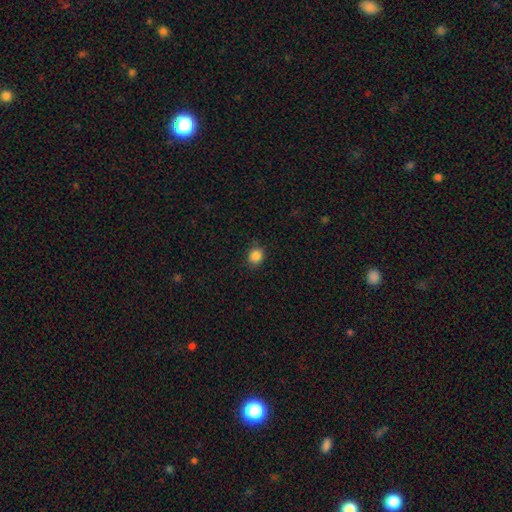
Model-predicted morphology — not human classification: Smooth or featured?
  - smooth: 86% *
  - star or artifact: 10%
  - featured or disk: 3%
How rounded?
  - round: 75% *
  - in between: 24%
  - cigar-shaped: 1%
Merging?
  - none: 85% *
  - minor disturbance: 11%
  - major disturbance: 3%
  - merger: 1%